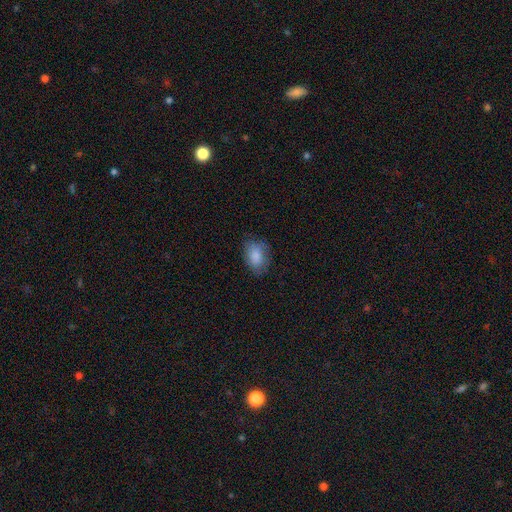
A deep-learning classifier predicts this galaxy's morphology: Smooth or featured? smooth (84%)
How rounded? in between (80%)
Merging? none (73%)